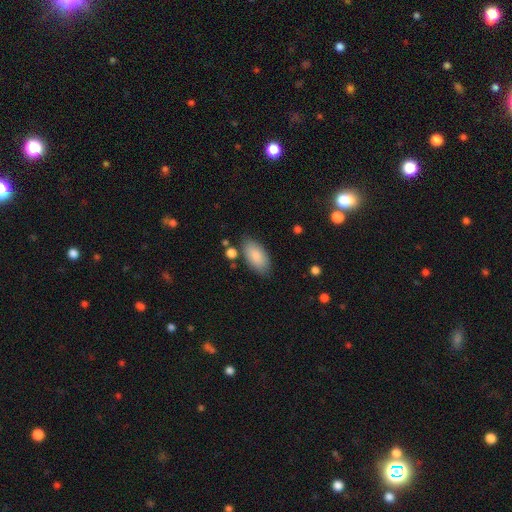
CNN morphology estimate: This is clearly a smooth galaxy (86%). How rounded: clearly in between (93%). Merging: likely none (78%).